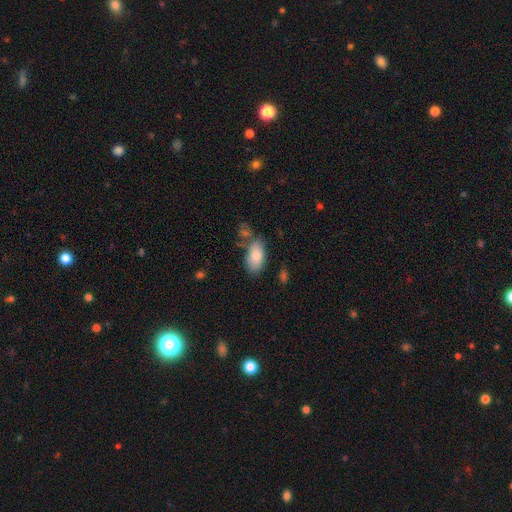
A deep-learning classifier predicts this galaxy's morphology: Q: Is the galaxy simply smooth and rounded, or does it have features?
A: smooth — 85%.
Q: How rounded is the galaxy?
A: in between — 94%.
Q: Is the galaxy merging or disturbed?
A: none — 60%.